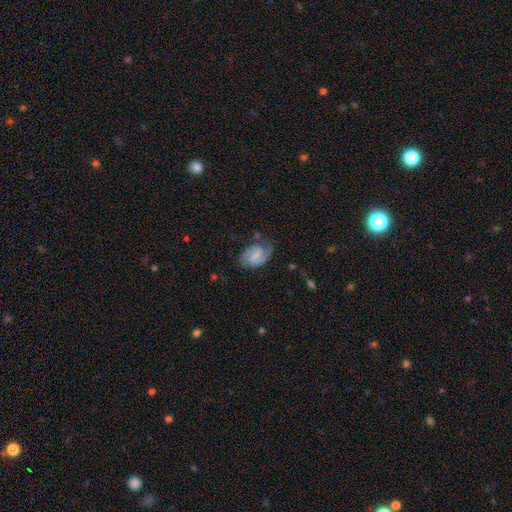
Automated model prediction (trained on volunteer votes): featured or disk 71%, smooth 22%, star or artifact 7%. Down the decision tree: edge-on disk — no (97%); bar — weak (53%); spiral arms — yes (93%); spiral arm count — 2 (84%); spiral winding — medium (49%); bulge size — small (42%); merging — none (67%).